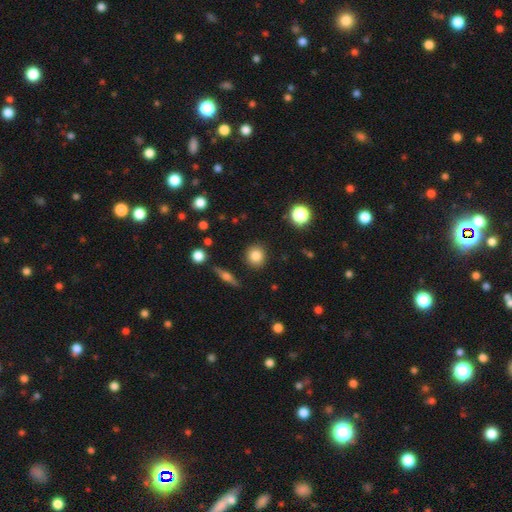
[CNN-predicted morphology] Q: Smooth or featured?
A: smooth (83%); runner-up: star or artifact (9%)
Q: How rounded?
A: round (86%); runner-up: in between (12%)
Q: Merging?
A: none (88%); runner-up: minor disturbance (8%)